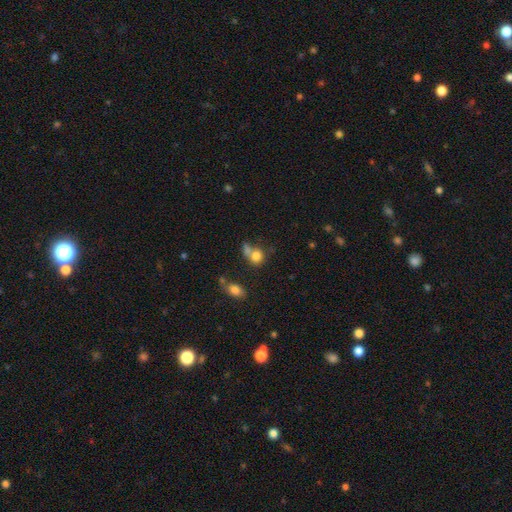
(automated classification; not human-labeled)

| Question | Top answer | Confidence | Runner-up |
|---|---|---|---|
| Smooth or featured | smooth | 78% | star or artifact (12%) |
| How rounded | round | 73% | in between (25%) |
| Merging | none | 41% | merger (36%) |